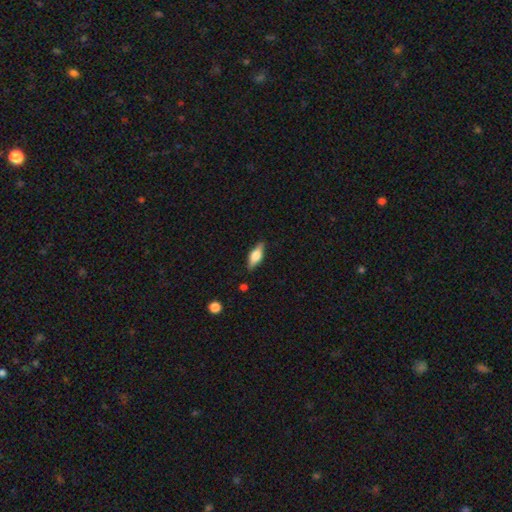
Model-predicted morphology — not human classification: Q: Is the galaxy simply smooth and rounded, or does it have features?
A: smooth — 52%.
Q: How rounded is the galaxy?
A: in between — 68%.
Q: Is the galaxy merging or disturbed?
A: none — 84%.